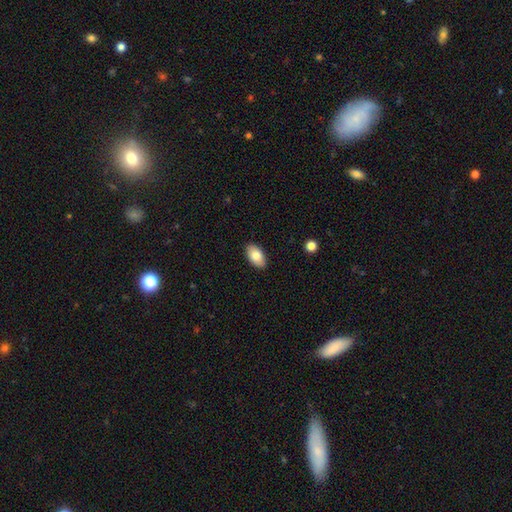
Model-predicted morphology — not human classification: This appears to be a smooth galaxy with no disk features (82%) that is in between round and cigar-shaped (94%). Merging: none (89%).